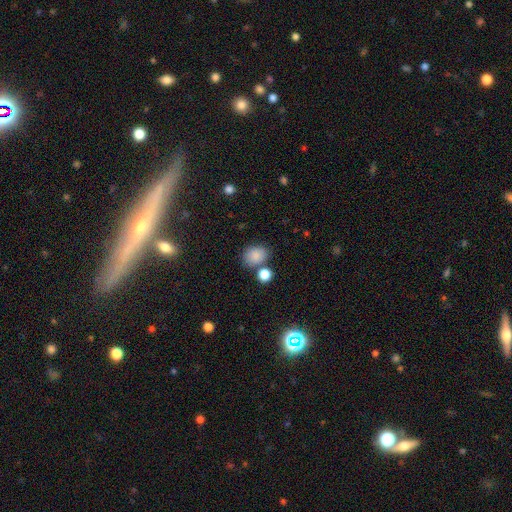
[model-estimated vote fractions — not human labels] smooth-or-featured: smooth: 85% | star or artifact: 10% | featured or disk: 5%
  how-rounded: in between: 52% | round: 47% | cigar-shaped: 1%
  merging: none: 68% | minor disturbance: 15% | merger: 13% | major disturbance: 5%